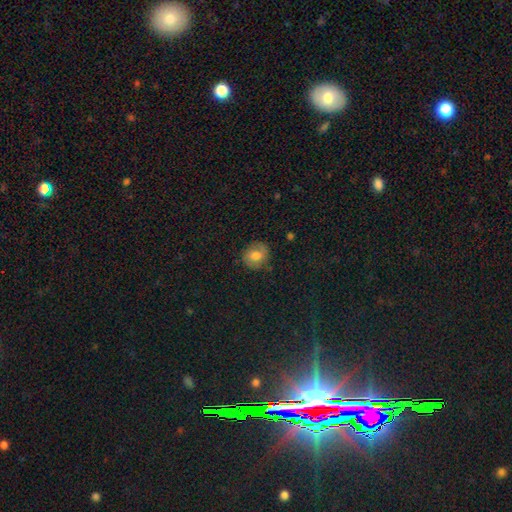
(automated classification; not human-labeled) Smooth or featured: smooth — 66% (featured or disk — 23%)
How rounded: round — 77% (in between — 22%)
Merging: none — 77% (minor disturbance — 17%)